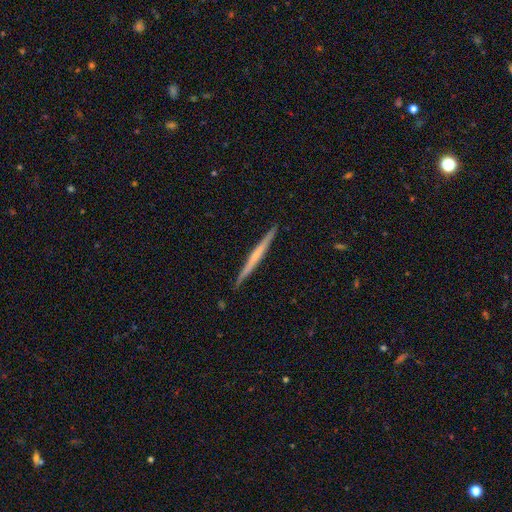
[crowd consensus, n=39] A featured or disk galaxy (64%) viewed edge-on (100%) with no central bulge (80%). Merging: none (91%).